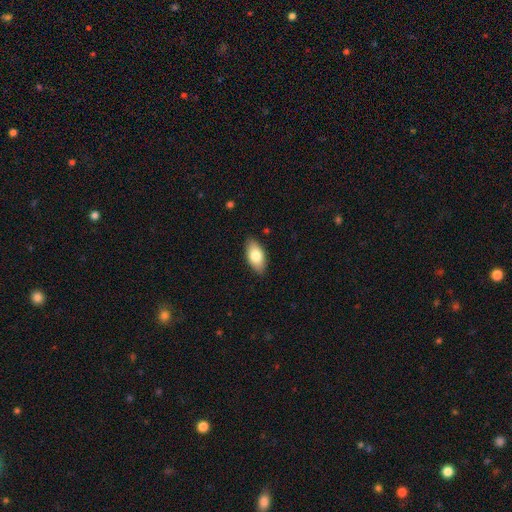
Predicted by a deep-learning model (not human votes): Overall: smooth (79%). How rounded: in between (92%). Merging: none (86%).